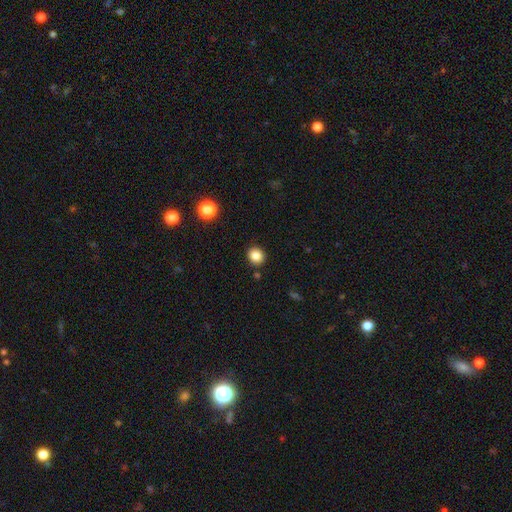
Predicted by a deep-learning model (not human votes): This appears to be a smooth galaxy with no disk features (84%) that is round (82%). Merging: none (89%).